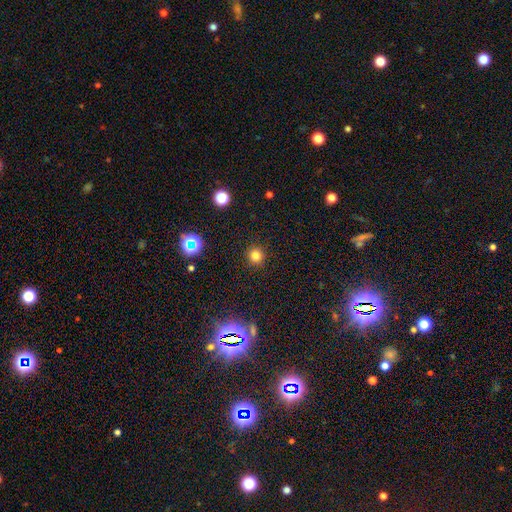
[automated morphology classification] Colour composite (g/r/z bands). It shows a smooth galaxy with no disk features (78%) that is round (95%). Merging: none (92%).